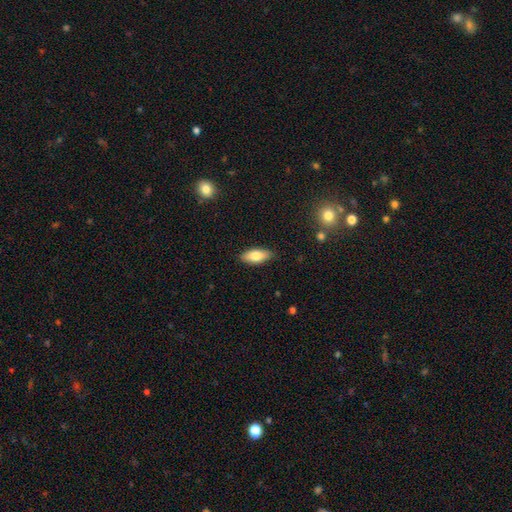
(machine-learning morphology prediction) Smooth or featured?
  - smooth: 80% *
  - featured or disk: 14%
  - star or artifact: 7%
How rounded?
  - in between: 83% *
  - cigar-shaped: 15%
  - round: 2%
Merging?
  - none: 87% *
  - minor disturbance: 10%
  - major disturbance: 2%
  - merger: 1%